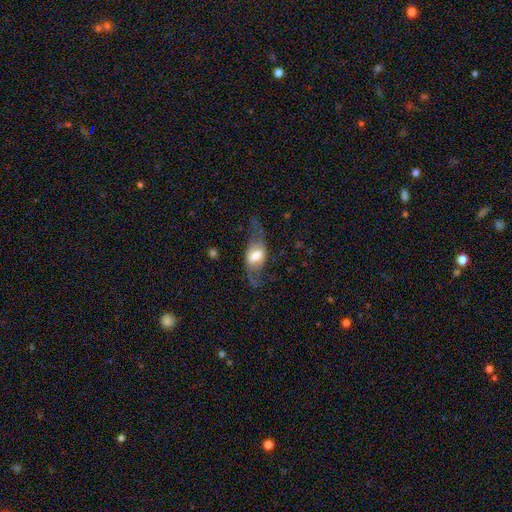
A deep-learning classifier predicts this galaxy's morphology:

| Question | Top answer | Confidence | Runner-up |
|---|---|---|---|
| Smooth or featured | featured or disk | 60% | smooth (33%) |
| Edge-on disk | no | 81% | yes (19%) |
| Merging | none | 50% | major disturbance (26%) |